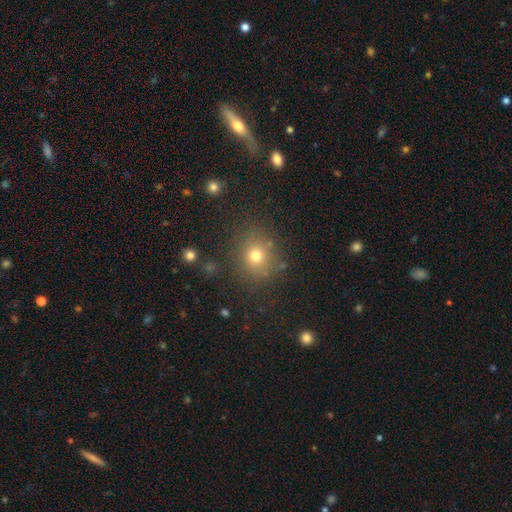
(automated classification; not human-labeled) Smooth or featured? smooth (72%)
How rounded? round (81%)
Merging? none (82%)